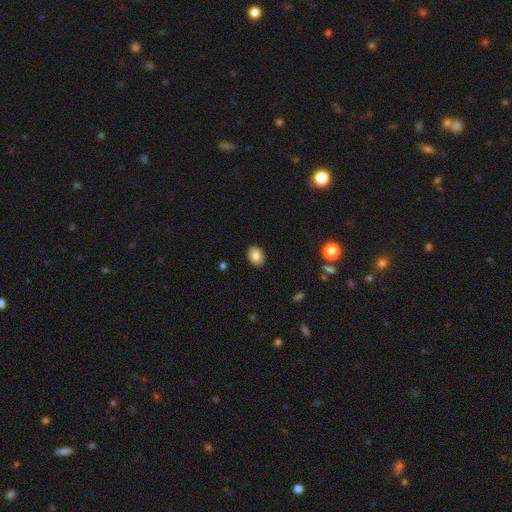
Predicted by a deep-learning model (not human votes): Smooth or featured: smooth — 85% (star or artifact — 8%)
How rounded: in between — 76% (round — 23%)
Merging: none — 90% (minor disturbance — 7%)